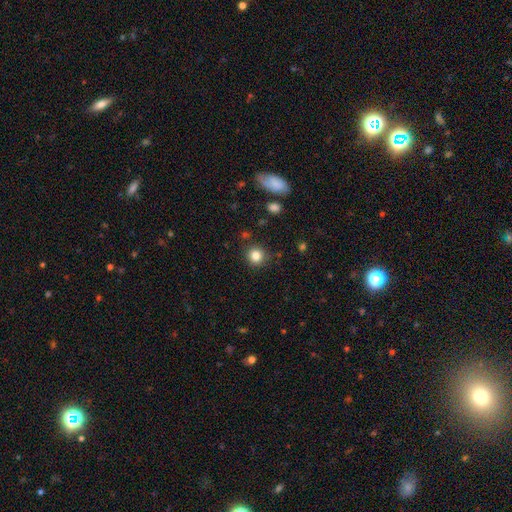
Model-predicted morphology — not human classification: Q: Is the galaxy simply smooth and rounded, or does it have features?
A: smooth — 83%.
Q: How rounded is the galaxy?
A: round — 91%.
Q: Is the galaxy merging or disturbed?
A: none — 88%.